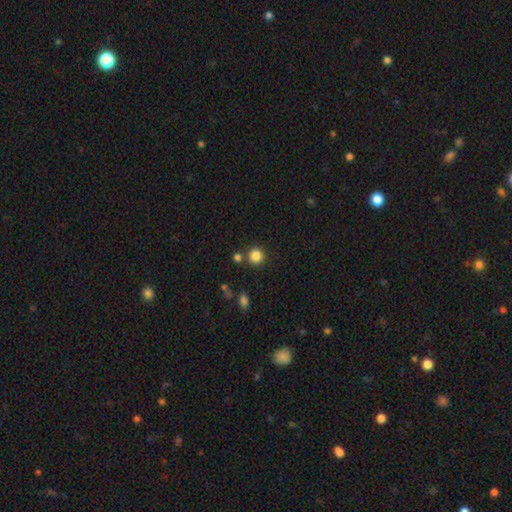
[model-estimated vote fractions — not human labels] This appears to be a smooth galaxy with no disk features (85%) that is round (93%). Merging: none (81%).